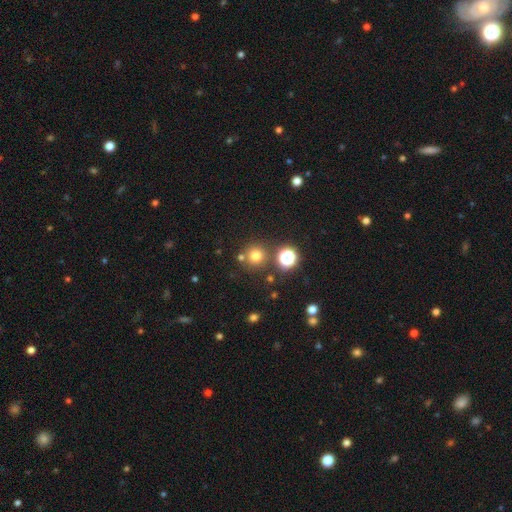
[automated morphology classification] Smooth or featured? smooth (72%)
How rounded? round (95%)
Merging? none (79%)